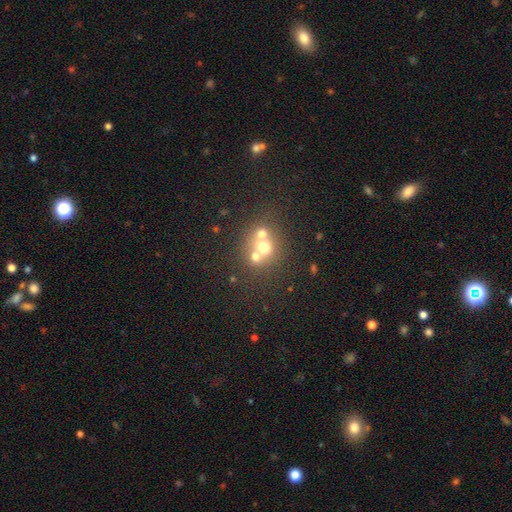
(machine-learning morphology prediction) This is possibly a smooth galaxy (60%). How rounded: clearly round (81%). Merging: possibly merger (54%).